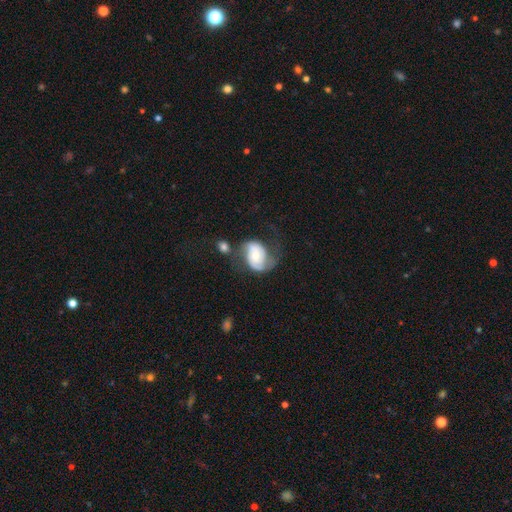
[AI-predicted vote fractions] A featured or disk galaxy (71%) with no bar (64%), 2 (78%) medium (43%) spiral arms (90%) and a moderate central bulge (54%).

Vote fractions:
- Smooth or featured? featured or disk: 71% / smooth: 23% / star or artifact: 6%
- Edge-on disk? no: 97% / yes: 3%
- Bar? no: 64% / weak: 28% / strong: 8%
- Spiral arms? yes: 90% / no: 10%
- Spiral winding? medium: 43% / loose: 29% / tight: 28%
- Spiral arm count? 2: 78% / can't tell: 9% / 1: 8% / 3: 2% / 4: 1% / more than 4: 1%
- Bulge size? moderate: 54% / small: 36% / large: 6% / none: 2% / dominant: 2%
- Merging? none: 39% / major disturbance: 26% / minor disturbance: 24% / merger: 11%